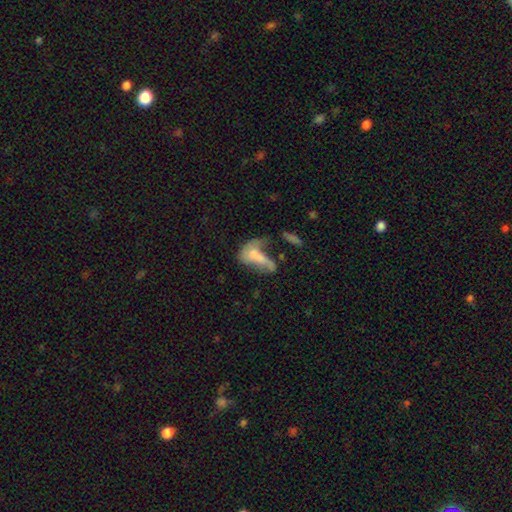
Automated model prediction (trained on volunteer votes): The model was most divided on "merging": merger: 45%, major disturbance: 29%, none: 15%, minor disturbance: 11%. More confident: how rounded — in between (80%); smooth or featured — smooth (55%).